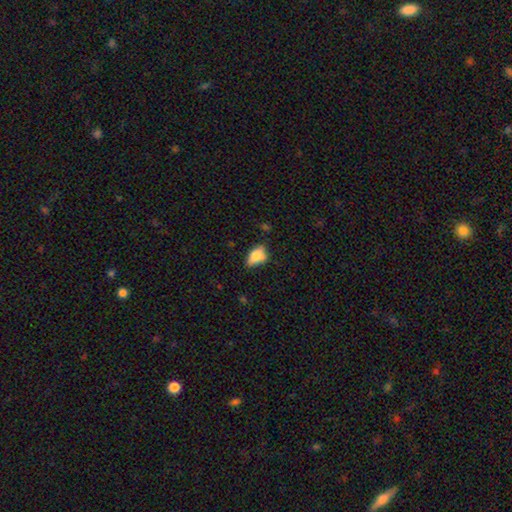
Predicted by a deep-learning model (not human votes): Smooth or featured? Predicted: smooth (p=0.78). How rounded? Predicted: in between (p=0.86). Merging? Predicted: none (p=0.49).